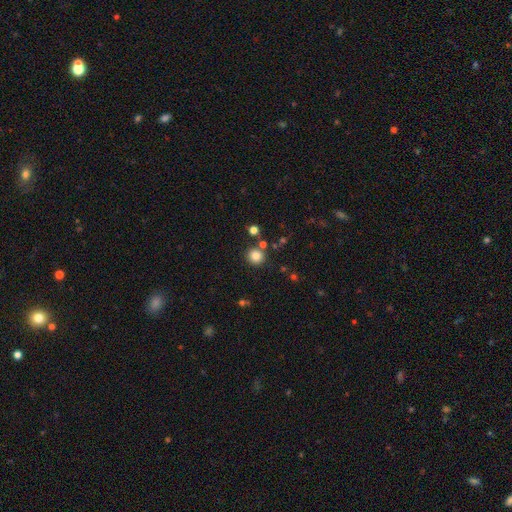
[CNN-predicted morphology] Overall: smooth (82%). How rounded: round (91%). Merging: none (83%).